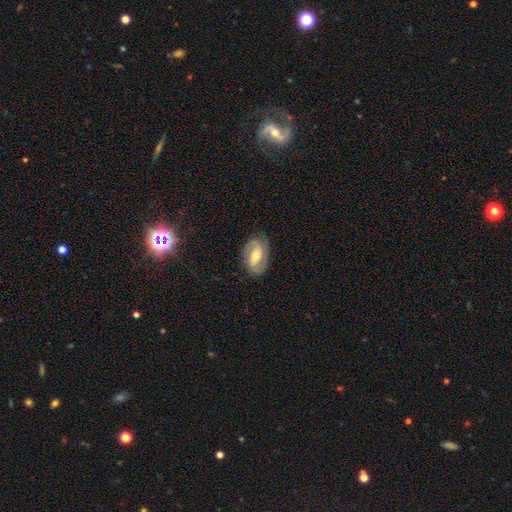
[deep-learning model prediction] A featured or disk galaxy (70%) with a weak bar (40%), 2 (85%) medium (40%) spiral arms (87%) and a moderate central bulge (61%). Merging: none (80%).